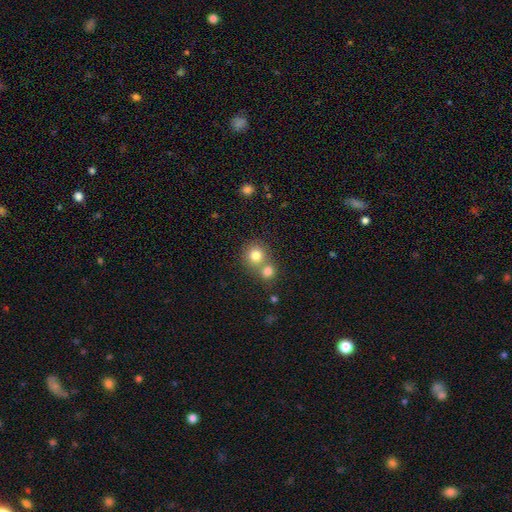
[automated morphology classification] smooth 78%, star or artifact 12%, featured or disk 10%. Down the decision tree: how rounded — round (88%); merging — none (49%).